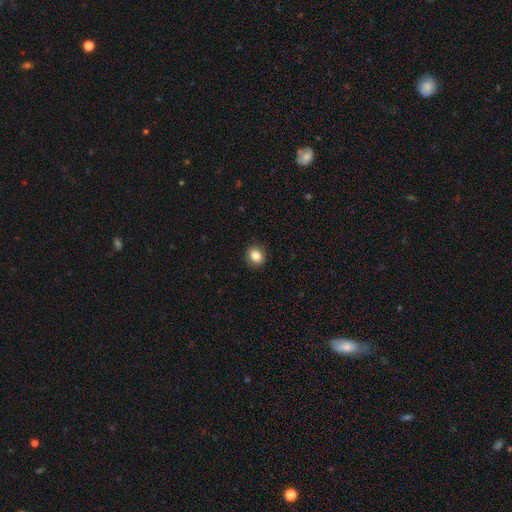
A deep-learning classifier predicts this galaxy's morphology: Smooth or featured: smooth — 85% (star or artifact — 10%)
How rounded: round — 76% (in between — 23%)
Merging: none — 90% (minor disturbance — 7%)